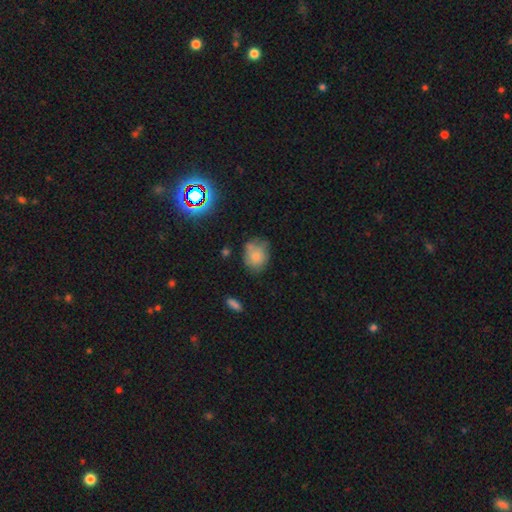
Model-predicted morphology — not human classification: The model was most divided on "how rounded": round: 57%, in between: 42%, cigar-shaped: 1%. More confident: smooth or featured — smooth (70%); merging — none (56%).